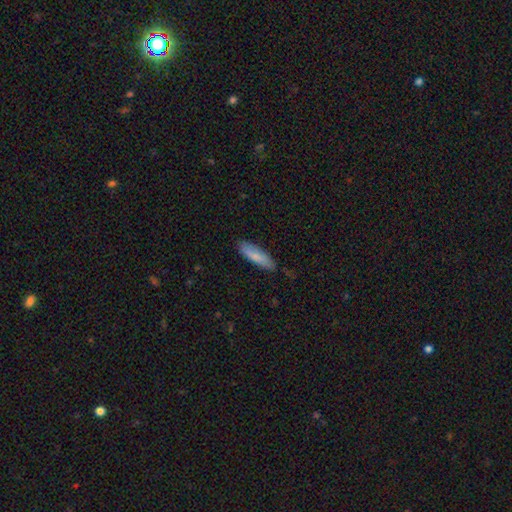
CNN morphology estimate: Smooth or featured? Predicted: smooth (p=0.80). How rounded? Predicted: cigar-shaped (p=0.59). Merging? Predicted: none (p=0.80).